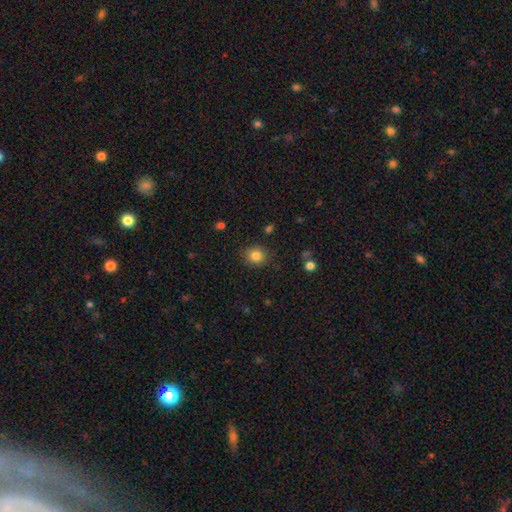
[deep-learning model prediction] smooth 83%, star or artifact 11%, featured or disk 6%. Down the decision tree: how rounded — round (84%); merging — none (88%).